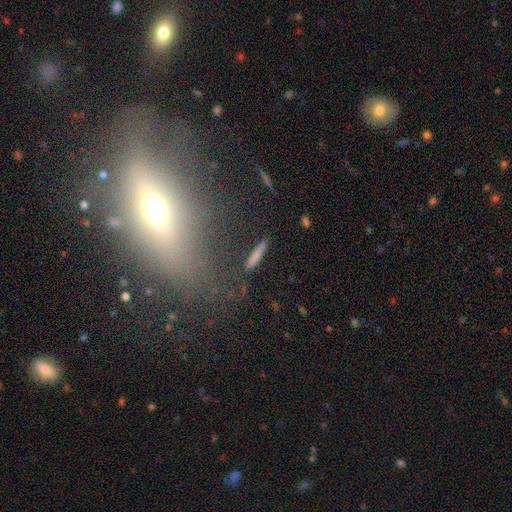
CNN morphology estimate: This is likely a smooth galaxy (73%). How rounded: clearly cigar-shaped (92%). Merging: clearly none (85%).